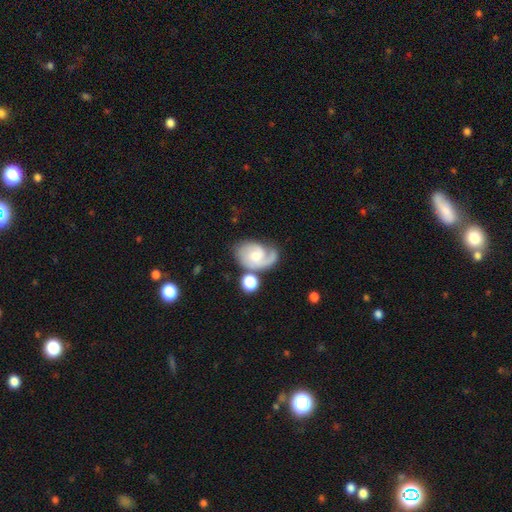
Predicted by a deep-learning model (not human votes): This is likely a featured or disk galaxy (77%). It is clearly not viewed edge-on (97%). Bar: likely no (64%). Spiral arm pattern: clearly yes (94%). Spiral arm count: possibly 1 (47%). Spiral winding: marginally tight (41%, tied with medium). Central bulge: possibly moderate (46%). Merging: possibly none (49%).